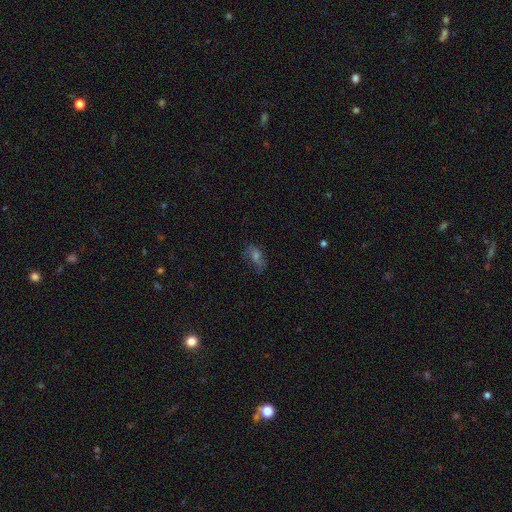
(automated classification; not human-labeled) smooth-or-featured: smooth: 43% | featured or disk: 33% | star or artifact: 24%
  merging: none: 64% | minor disturbance: 22% | major disturbance: 12% | merger: 2%